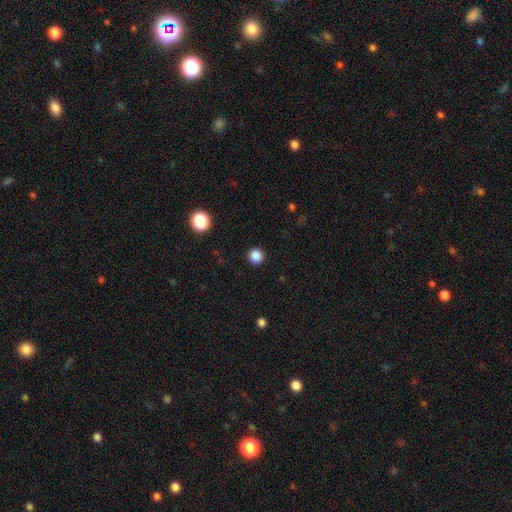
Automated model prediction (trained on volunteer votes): This appears to be a smooth galaxy with no disk features (86%) that is round (95%). Merging: none (92%).